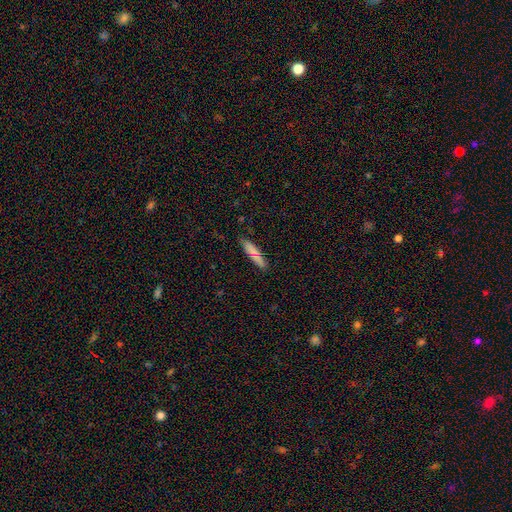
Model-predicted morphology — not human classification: Smooth or featured?
  - smooth: 76% *
  - featured or disk: 16%
  - star or artifact: 8%
How rounded?
  - cigar-shaped: 87% *
  - in between: 12%
  - round: 2%
Merging?
  - none: 83% *
  - minor disturbance: 12%
  - merger: 3%
  - major disturbance: 2%